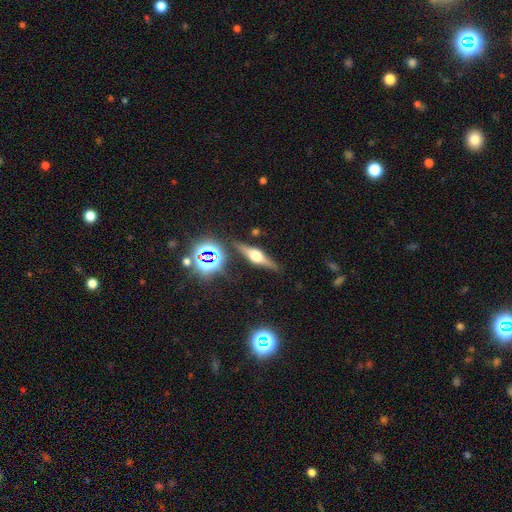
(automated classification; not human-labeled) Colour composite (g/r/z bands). It shows a featured or disk galaxy (71%) viewed edge-on (96%) with a rounded central bulge (94%). Merging: none (86%).